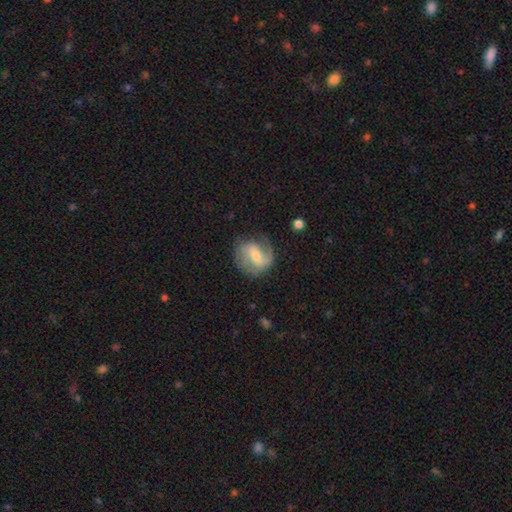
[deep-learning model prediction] This is likely a featured or disk galaxy (78%). It is clearly not viewed edge-on (98%). Bar: possibly weak (50%). Spiral arm pattern: clearly yes (94%). Spiral arm count: clearly 2 (82%). Spiral winding: possibly medium (50%). Central bulge: marginally small (45%). Merging: likely none (73%).